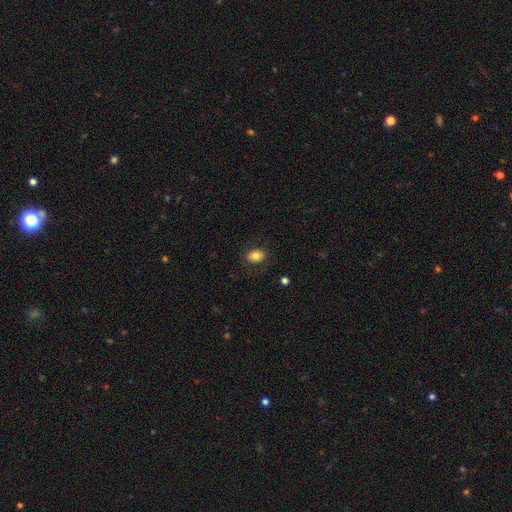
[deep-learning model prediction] Morphology: type=smooth (81%); roundness=in between (75%); merging=none (84%).